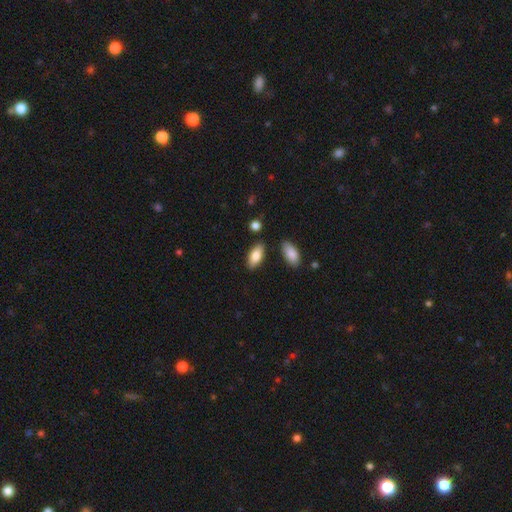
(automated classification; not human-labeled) Smooth or featured? Predicted: smooth (p=0.81). How rounded? Predicted: in between (p=0.88). Merging? Predicted: none (p=0.83).